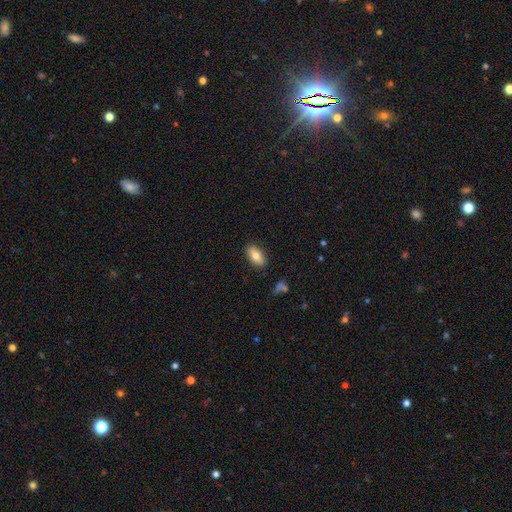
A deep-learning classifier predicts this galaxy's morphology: This is likely a smooth galaxy (78%). How rounded: clearly in between (91%). Merging: clearly none (87%).